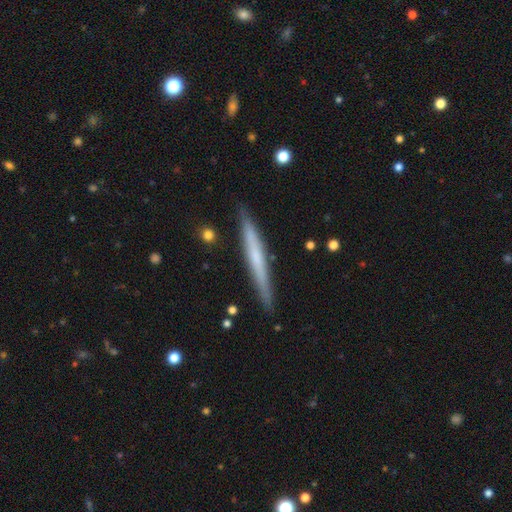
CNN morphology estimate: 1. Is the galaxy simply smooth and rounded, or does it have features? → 49% featured or disk, 45% smooth, 6% star or artifact.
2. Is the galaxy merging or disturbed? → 89% none, 8% minor disturbance, 1% merger, 1% major disturbance.